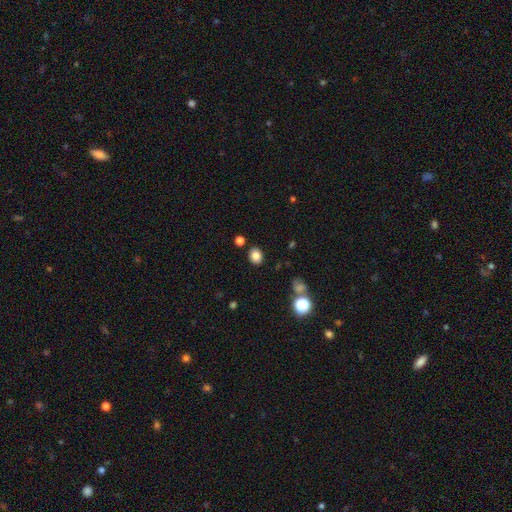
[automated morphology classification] Smooth or featured: smooth — 82% (star or artifact — 12%)
How rounded: round — 54% (in between — 45%)
Merging: none — 86% (minor disturbance — 8%)